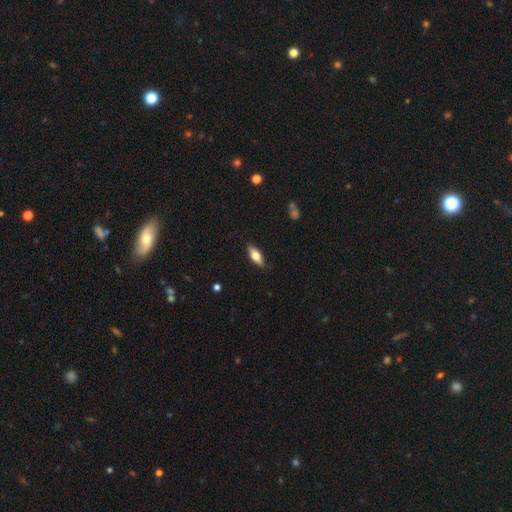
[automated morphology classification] Smooth or featured?
  - smooth: 53% *
  - featured or disk: 40%
  - star or artifact: 6%
How rounded?
  - in between: 66% *
  - cigar-shaped: 30%
  - round: 3%
Merging?
  - none: 87% *
  - minor disturbance: 10%
  - major disturbance: 2%
  - merger: 1%